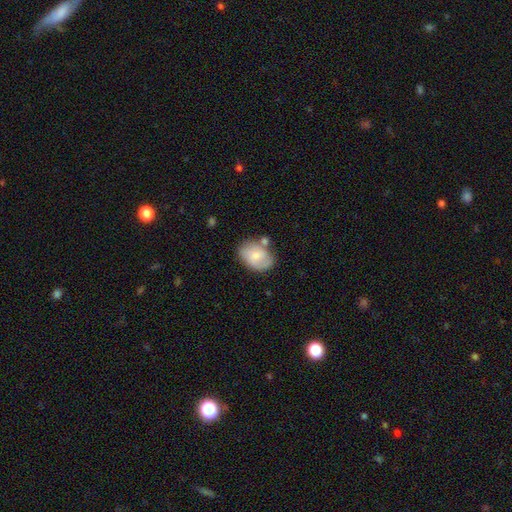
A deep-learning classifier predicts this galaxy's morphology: smooth-or-featured: smooth: 67% | featured or disk: 26% | star or artifact: 7%
  how-rounded: in between: 78% | round: 21% | cigar-shaped: 1%
  merging: none: 54% | minor disturbance: 25% | merger: 14% | major disturbance: 7%